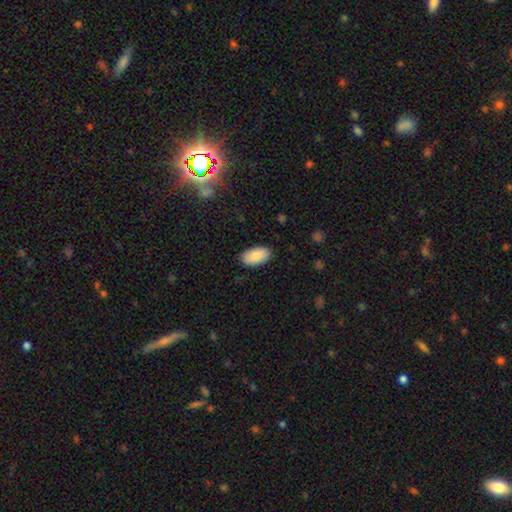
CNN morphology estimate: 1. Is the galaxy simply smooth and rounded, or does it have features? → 86% smooth, 7% featured or disk, 6% star or artifact.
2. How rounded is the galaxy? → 95% in between, 3% round, 2% cigar-shaped.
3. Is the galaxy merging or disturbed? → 88% none, 9% minor disturbance, 2% major disturbance, 1% merger.